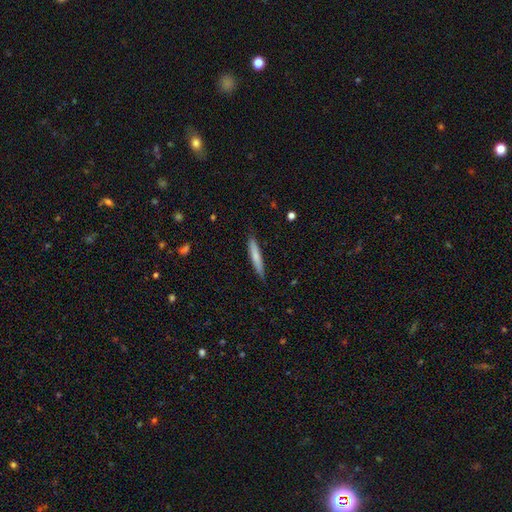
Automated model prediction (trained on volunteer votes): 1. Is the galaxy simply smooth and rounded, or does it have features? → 70% smooth, 24% featured or disk, 6% star or artifact.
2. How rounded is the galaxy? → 94% cigar-shaped, 5% in between, 1% round.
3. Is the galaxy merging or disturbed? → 88% none, 9% minor disturbance, 2% major disturbance, 1% merger.